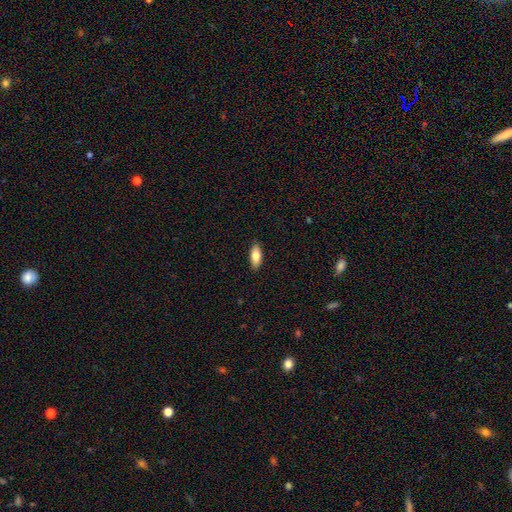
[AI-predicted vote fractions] Q: Smooth or featured?
A: smooth (82%); runner-up: featured or disk (12%)
Q: How rounded?
A: in between (78%); runner-up: cigar-shaped (20%)
Q: Merging?
A: none (89%); runner-up: minor disturbance (8%)